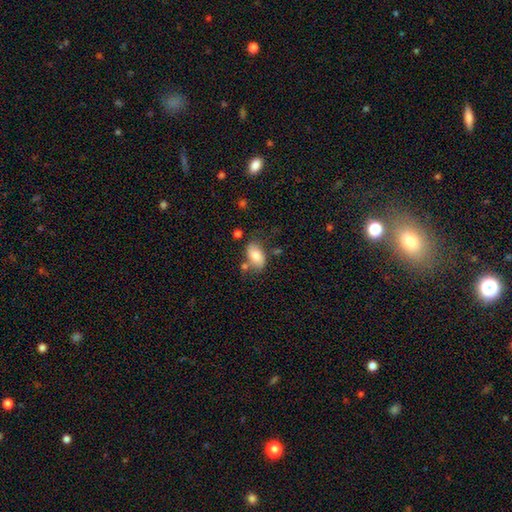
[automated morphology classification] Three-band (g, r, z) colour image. It shows a smooth galaxy with no disk features (74%) that is in between round and cigar-shaped (91%). Merging: none (59%).